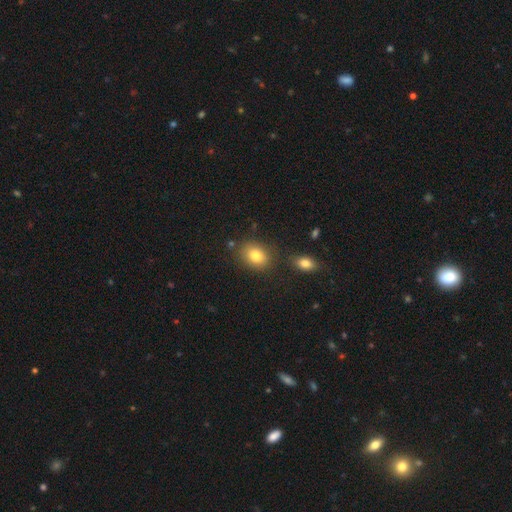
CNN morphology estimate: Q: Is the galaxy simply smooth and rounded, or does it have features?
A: smooth — 82%.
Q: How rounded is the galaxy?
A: in between — 66%.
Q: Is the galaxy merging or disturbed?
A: none — 78%.